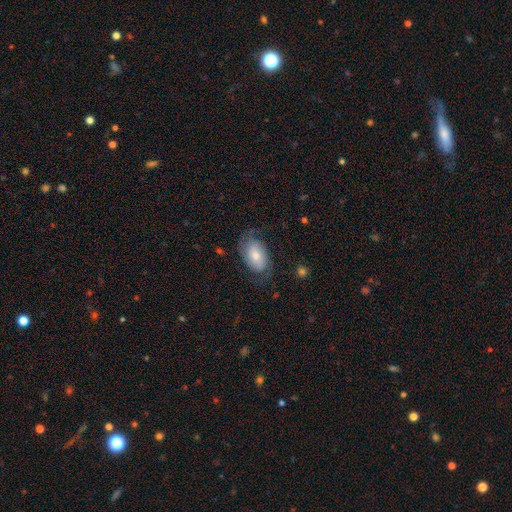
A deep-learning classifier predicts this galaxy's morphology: A smooth galaxy with no disk features (50%).

Vote fractions:
- Smooth or featured? smooth: 50% / featured or disk: 43% / star or artifact: 7%
- Merging? none: 60% / minor disturbance: 23% / major disturbance: 16% / merger: 1%